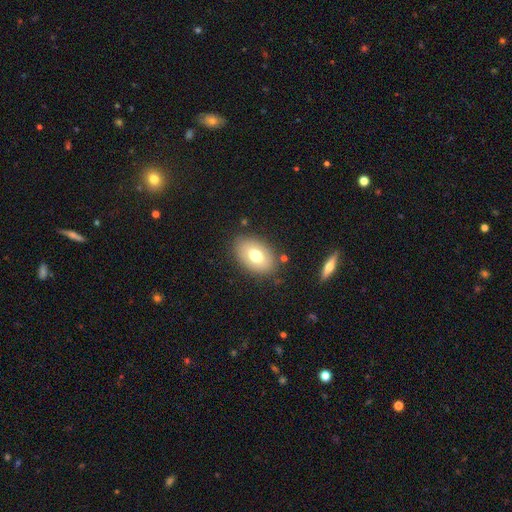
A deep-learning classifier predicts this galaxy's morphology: Overall: smooth (69%). How rounded: in between (88%). Merging: none (83%).